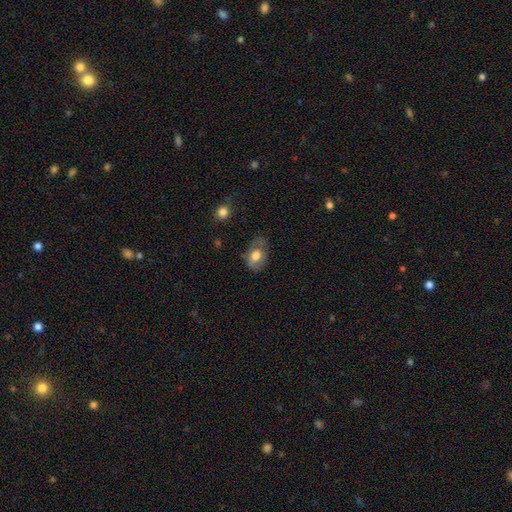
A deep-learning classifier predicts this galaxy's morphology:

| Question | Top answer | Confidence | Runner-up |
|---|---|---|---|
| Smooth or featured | smooth | 62% | featured or disk (30%) |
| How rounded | in between | 82% | round (17%) |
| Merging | none | 61% | minor disturbance (27%) |